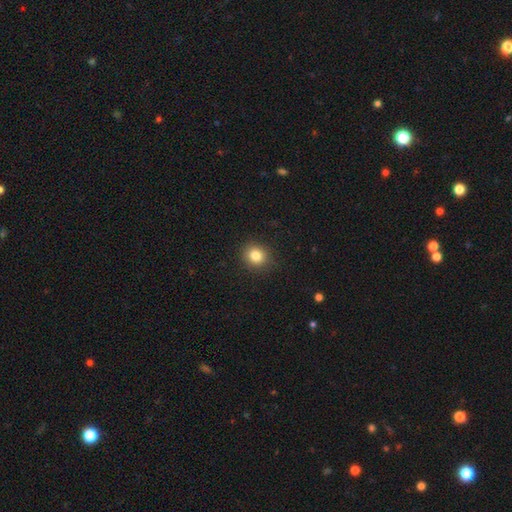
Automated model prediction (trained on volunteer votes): Smooth or featured: smooth — 83% (star or artifact — 11%)
How rounded: round — 78% (in between — 21%)
Merging: none — 89% (minor disturbance — 8%)